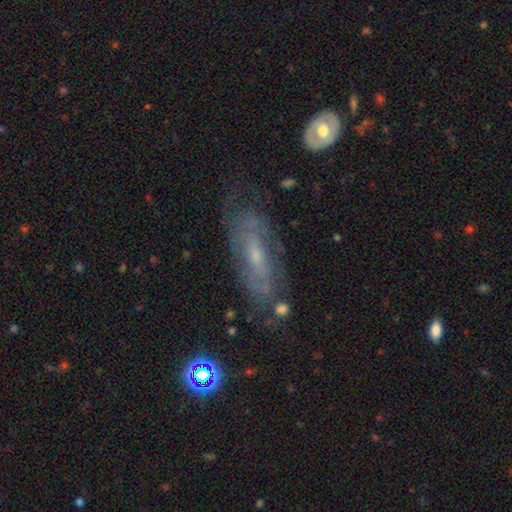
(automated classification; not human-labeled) A featured or disk galaxy (68%) with no bar (49%), spiral arms (76%) and a small central bulge (60%).

Vote fractions:
- Smooth or featured? featured or disk: 68% / smooth: 21% / star or artifact: 11%
- Edge-on disk? no: 78% / yes: 22%
- Bar? no: 49% / weak: 40% / strong: 11%
- Spiral arms? yes: 76% / no: 24%
- Bulge size? small: 60% / moderate: 32% / none: 4% / large: 2% / dominant: 1%
- Merging? none: 70% / minor disturbance: 19% / major disturbance: 7% / merger: 3%